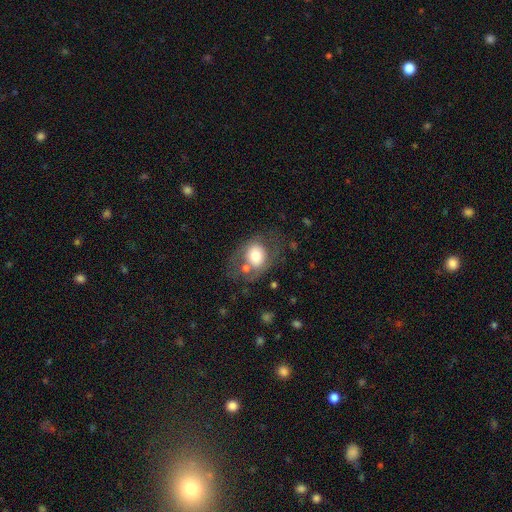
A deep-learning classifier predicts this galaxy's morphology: This is likely a smooth galaxy (63%). How rounded: possibly in between (54%). Merging: possibly none (50%).